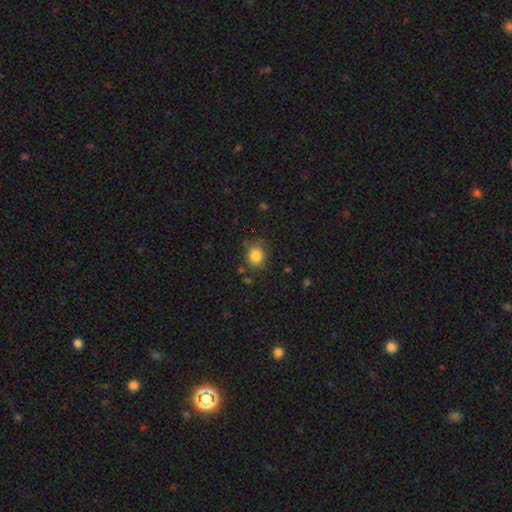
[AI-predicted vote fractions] This is clearly a smooth galaxy (84%). How rounded: likely round (68%). Merging: likely none (77%).